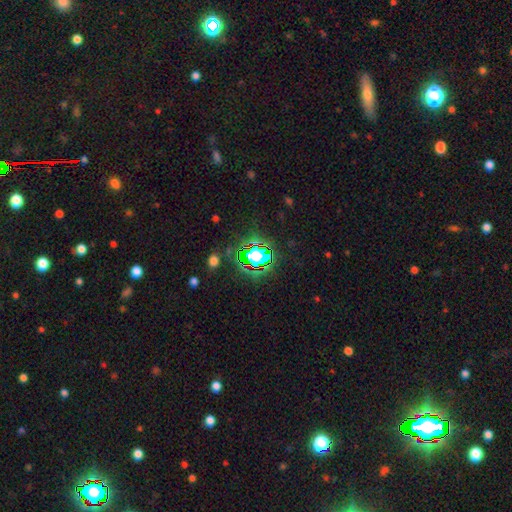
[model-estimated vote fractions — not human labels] Overall: star or artifact (67%).